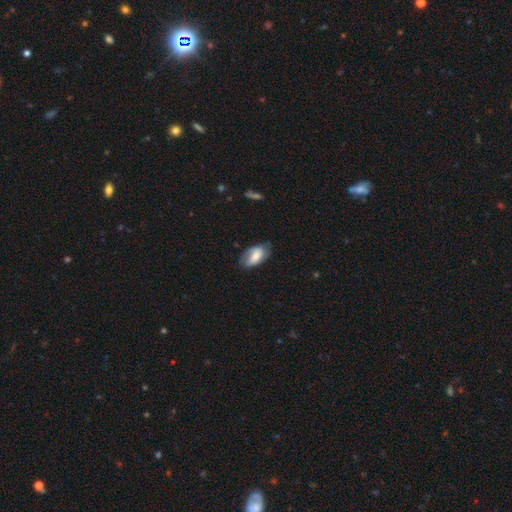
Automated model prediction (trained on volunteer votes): Smooth or featured? Predicted: smooth (p=0.58). How rounded? Predicted: in between (p=0.93). Merging? Predicted: none (p=0.60).